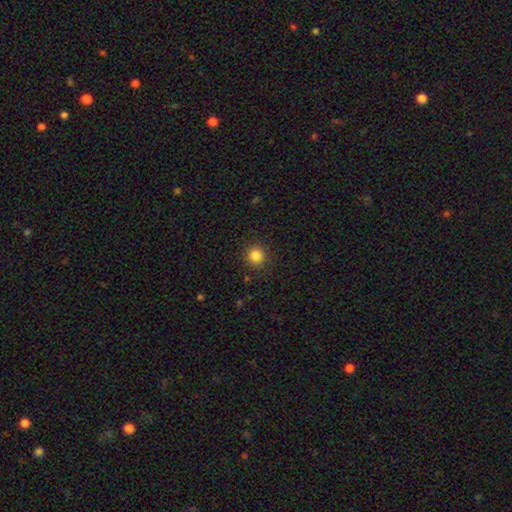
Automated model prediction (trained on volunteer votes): This appears to be a smooth galaxy with no disk features (84%) that is round (92%). Merging: none (90%).